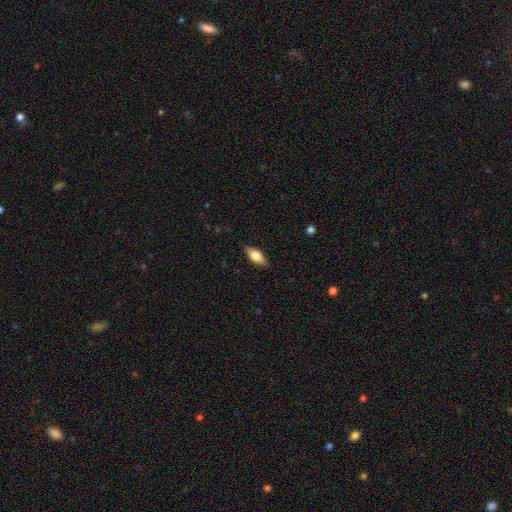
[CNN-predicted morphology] This is likely a smooth galaxy (63%). How rounded: likely in between (77%). Merging: clearly none (85%).